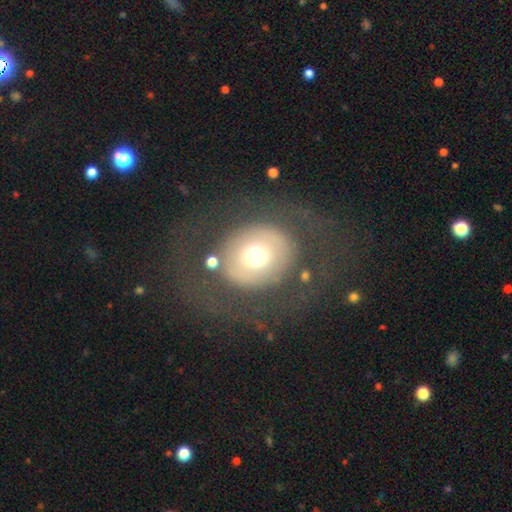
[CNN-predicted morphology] The model was most divided on "smooth or featured": smooth: 55%, featured or disk: 34%, star or artifact: 12%. More confident: how rounded — round (77%); merging — none (66%).